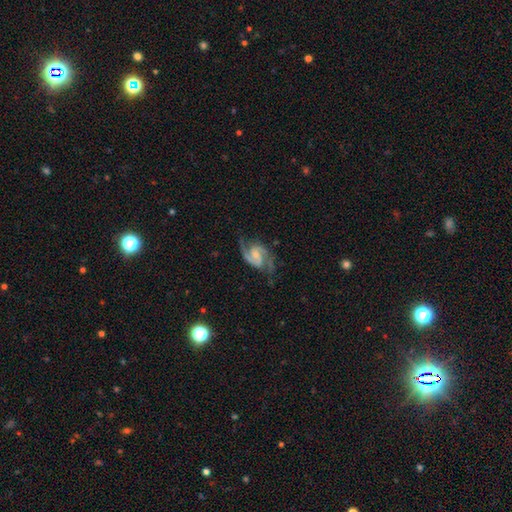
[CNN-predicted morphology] This appears to be a featured or disk galaxy (91%) with a weak bar (50%), 2 (92%) medium (59%) spiral arms (98%) and a small central bulge (39%). Merging: none (71%).